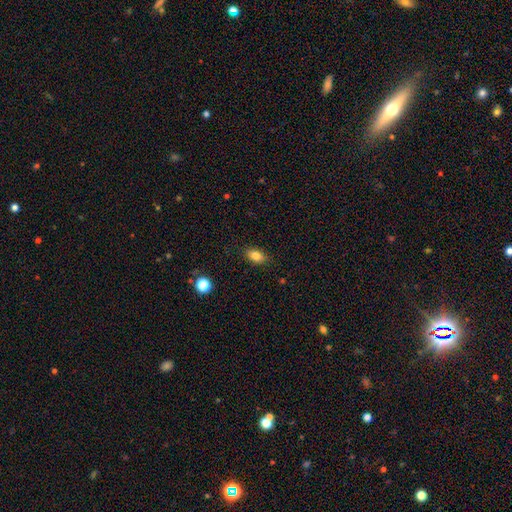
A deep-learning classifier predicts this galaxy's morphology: smooth-or-featured: smooth: 83% | star or artifact: 10% | featured or disk: 7%
  how-rounded: in between: 85% | round: 12% | cigar-shaped: 3%
  merging: none: 85% | minor disturbance: 11% | major disturbance: 3% | merger: 1%